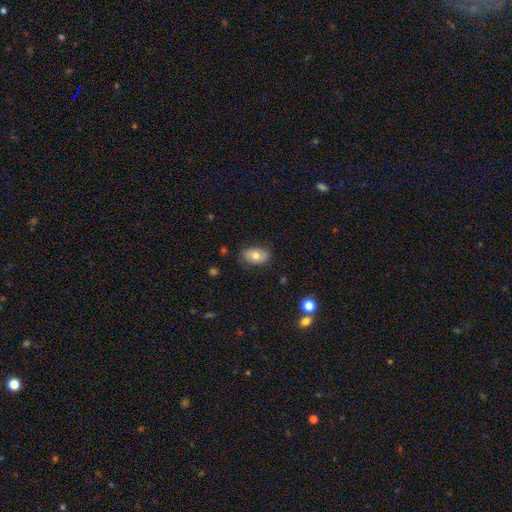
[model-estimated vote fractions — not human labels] This appears to be a smooth galaxy with no disk features (74%) that is in between round and cigar-shaped (90%). Merging: none (80%).